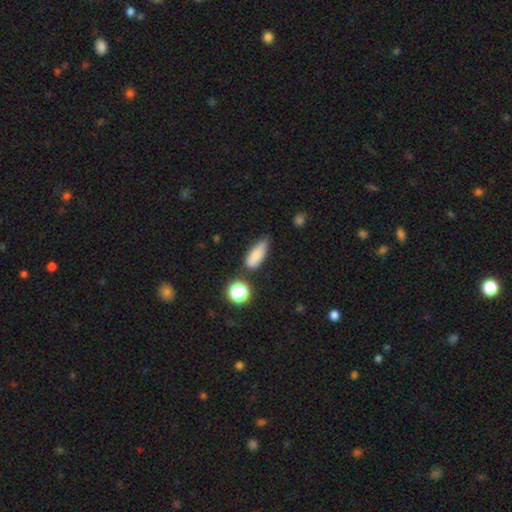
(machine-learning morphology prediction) Smooth or featured?
  - smooth: 77% *
  - featured or disk: 12%
  - star or artifact: 11%
How rounded?
  - in between: 73% *
  - cigar-shaped: 21%
  - round: 6%
Merging?
  - none: 57% *
  - minor disturbance: 30%
  - merger: 7%
  - major disturbance: 6%